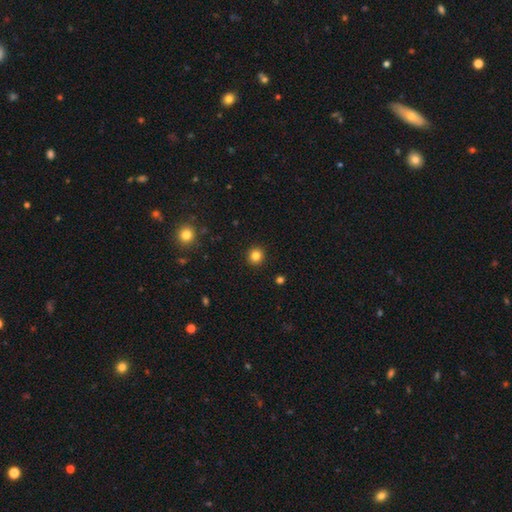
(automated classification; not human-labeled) The model was most divided on "smooth or featured": smooth: 84%, star or artifact: 12%, featured or disk: 5%. More confident: merging — none (92%); how rounded — round (91%).